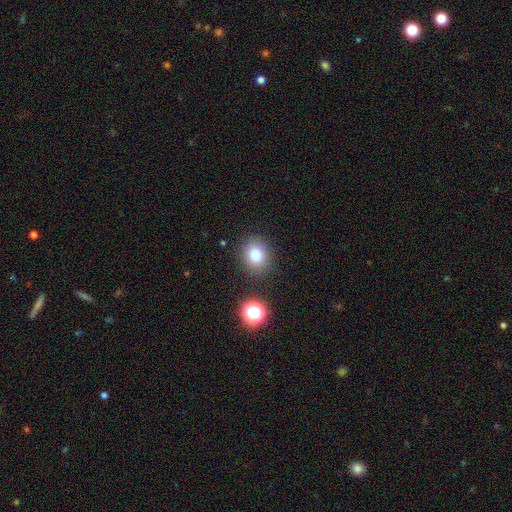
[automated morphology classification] smooth 78%, star or artifact 14%, featured or disk 9%. Down the decision tree: how rounded — round (72%); merging — none (86%).